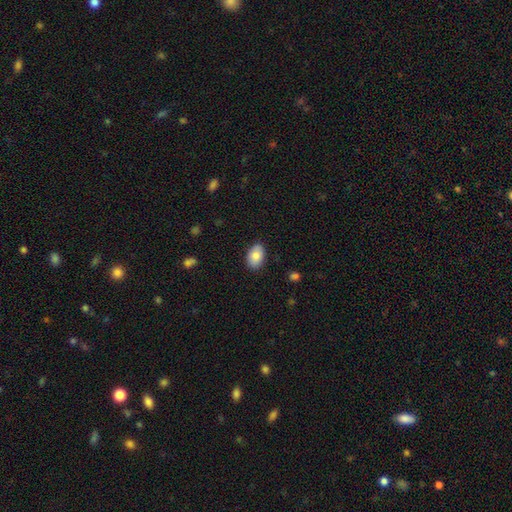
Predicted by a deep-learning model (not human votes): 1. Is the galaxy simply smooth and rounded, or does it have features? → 84% smooth, 9% featured or disk, 7% star or artifact.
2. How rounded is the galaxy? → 89% in between, 10% round, 1% cigar-shaped.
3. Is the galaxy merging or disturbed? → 85% none, 12% minor disturbance, 2% major disturbance, 1% merger.